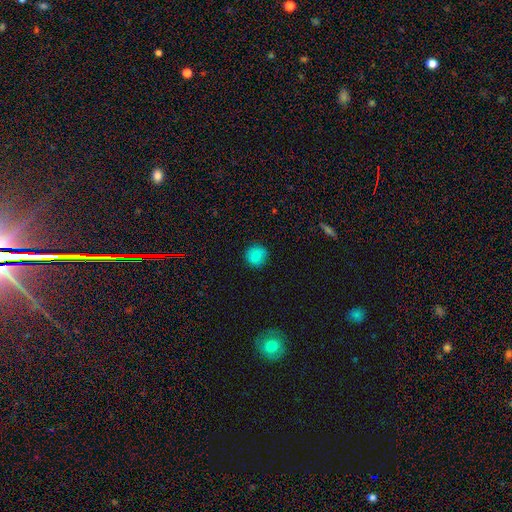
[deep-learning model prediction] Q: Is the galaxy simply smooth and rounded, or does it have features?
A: smooth — 84%.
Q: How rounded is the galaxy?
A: round — 92%.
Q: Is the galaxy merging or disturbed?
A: none — 89%.